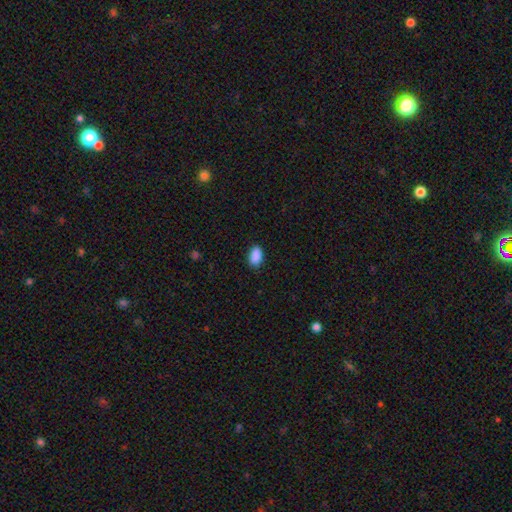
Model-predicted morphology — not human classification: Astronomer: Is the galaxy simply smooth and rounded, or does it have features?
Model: smooth — 90%.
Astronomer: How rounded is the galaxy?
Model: in between — 92%.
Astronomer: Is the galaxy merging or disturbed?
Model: none — 86%.